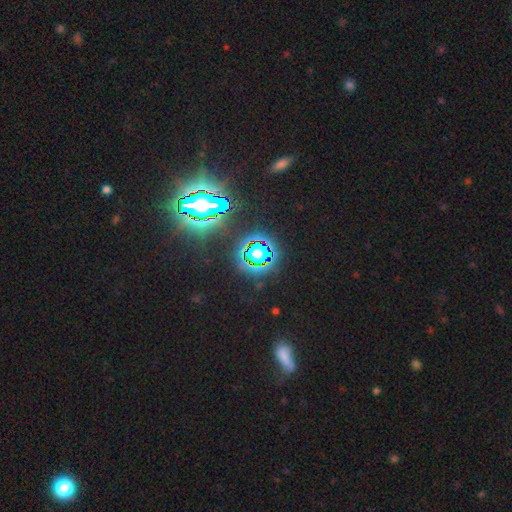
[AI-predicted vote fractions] Smooth or featured: star or artifact — 77% (smooth — 15%)